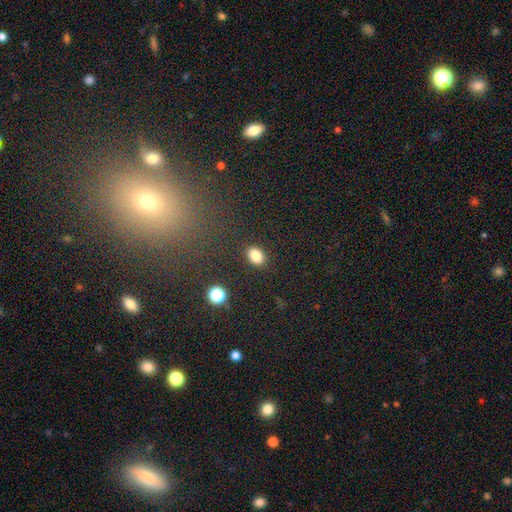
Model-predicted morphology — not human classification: smooth_or_featured: smooth (p=0.84) [alt: star or artifact p=0.11]
how_rounded: in between (p=0.75) [alt: round p=0.24]
merging: none (p=0.88) [alt: minor disturbance p=0.08]